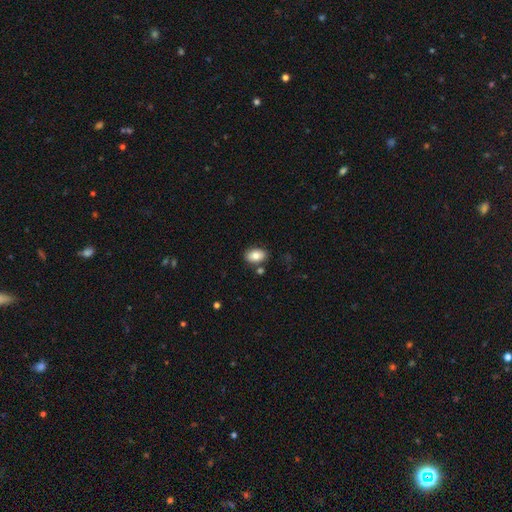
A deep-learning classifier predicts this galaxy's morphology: The model was most divided on "merging": none: 80%, minor disturbance: 11%, merger: 7%, major disturbance: 3%. More confident: how rounded — in between (86%); smooth or featured — smooth (82%).